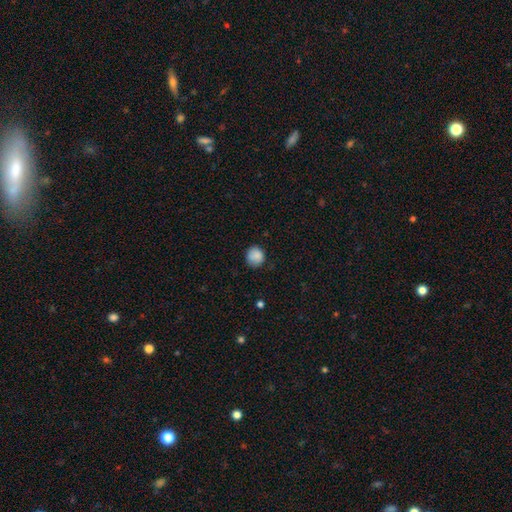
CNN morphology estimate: smooth 86%, star or artifact 8%, featured or disk 6%. Down the decision tree: how rounded — round (85%); merging — none (77%).